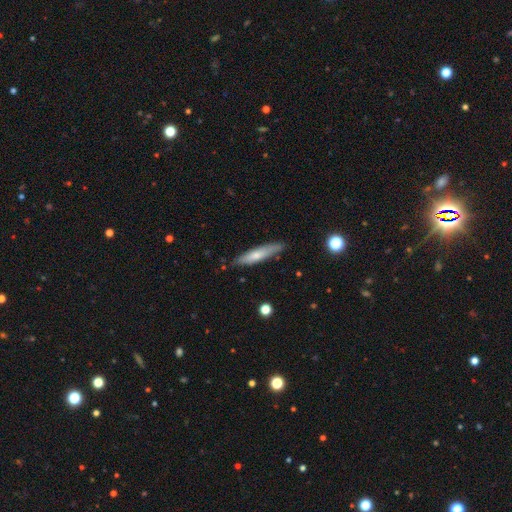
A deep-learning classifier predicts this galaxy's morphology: smooth 59%, featured or disk 35%, star or artifact 6%. Down the decision tree: how rounded — cigar-shaped (88%); merging — none (86%).